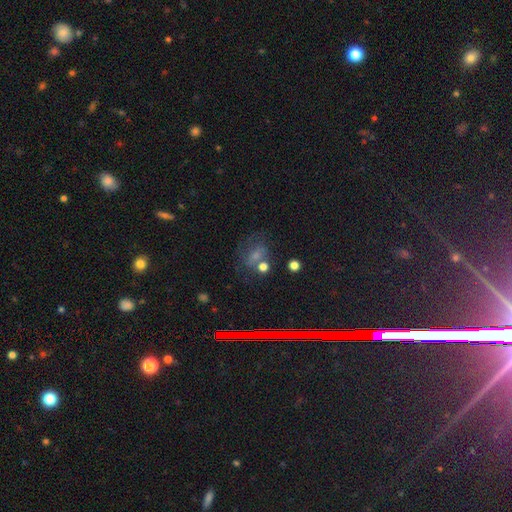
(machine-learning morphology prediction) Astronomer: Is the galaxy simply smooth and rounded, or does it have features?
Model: star or artifact — 41% (runner-up: smooth, 36%).